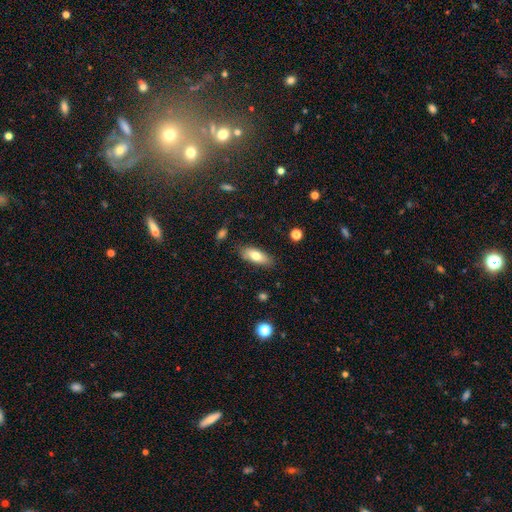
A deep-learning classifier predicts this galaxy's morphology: Smooth or featured: smooth — 75% (featured or disk — 18%)
How rounded: in between — 77% (cigar-shaped — 21%)
Merging: none — 82% (minor disturbance — 14%)